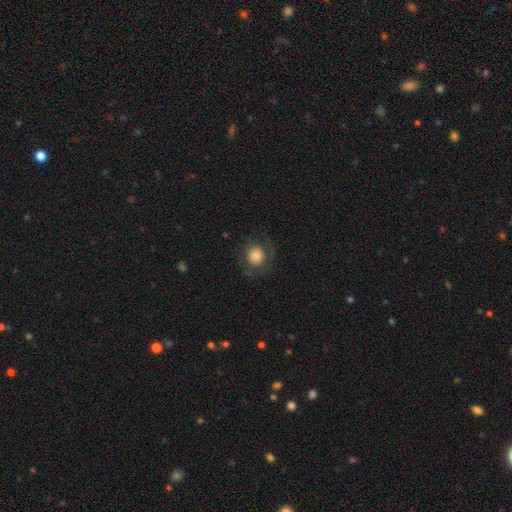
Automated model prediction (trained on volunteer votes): The model was most divided on "smooth or featured": smooth: 63%, featured or disk: 28%, star or artifact: 9%. More confident: how rounded — round (82%); merging — none (70%).